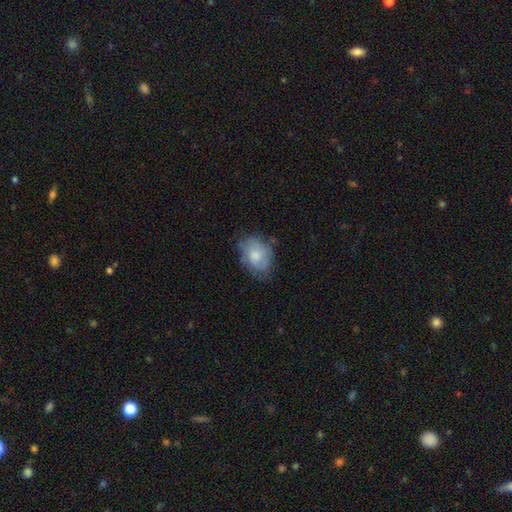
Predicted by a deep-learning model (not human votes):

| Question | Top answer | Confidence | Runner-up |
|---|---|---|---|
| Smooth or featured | smooth | 59% | featured or disk (33%) |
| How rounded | in between | 66% | round (33%) |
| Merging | none | 63% | minor disturbance (27%) |